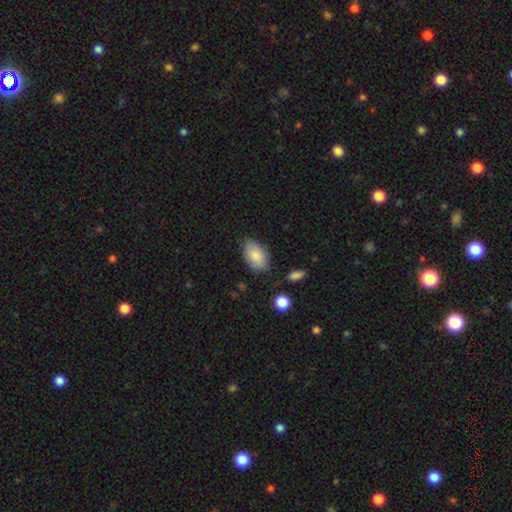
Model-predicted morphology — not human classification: Smooth or featured?
  - smooth: 83% *
  - featured or disk: 10%
  - star or artifact: 7%
How rounded?
  - in between: 92% *
  - round: 6%
  - cigar-shaped: 2%
Merging?
  - none: 76% *
  - minor disturbance: 18%
  - major disturbance: 4%
  - merger: 2%